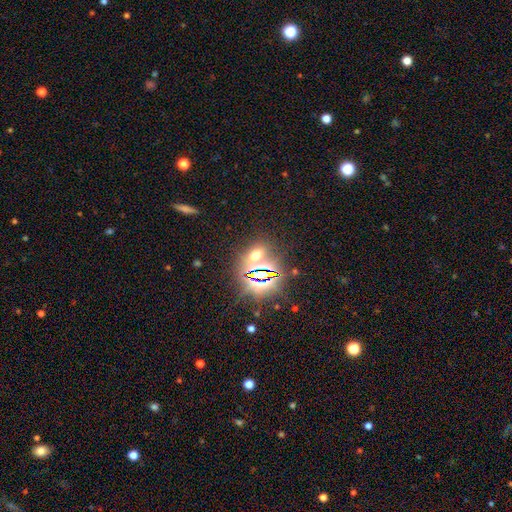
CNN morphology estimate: type=star or artifact (57%).